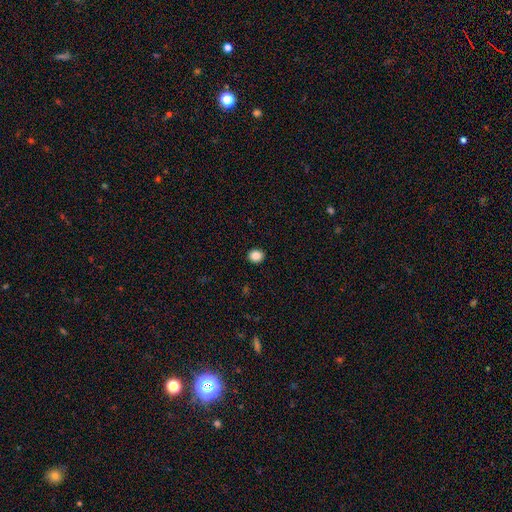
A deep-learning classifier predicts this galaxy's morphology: type=smooth (87%); roundness=round (78%); merging=none (92%).